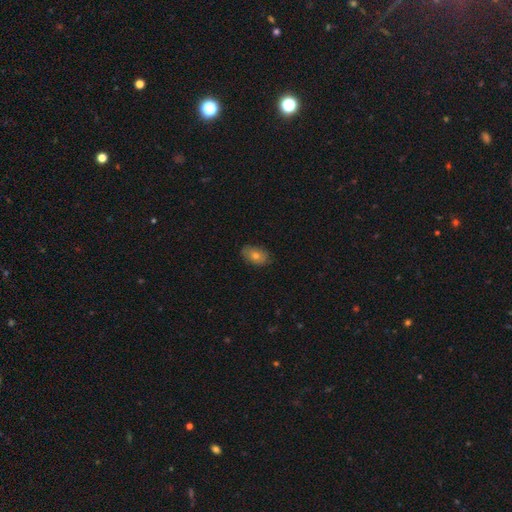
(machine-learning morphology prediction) A smooth galaxy with no disk features (67%) that is in between round and cigar-shaped (86%).

Vote fractions:
- Smooth or featured? smooth: 67% / featured or disk: 22% / star or artifact: 11%
- How rounded? in between: 86% / round: 12% / cigar-shaped: 2%
- Merging? none: 82% / minor disturbance: 15% / major disturbance: 2% / merger: 1%